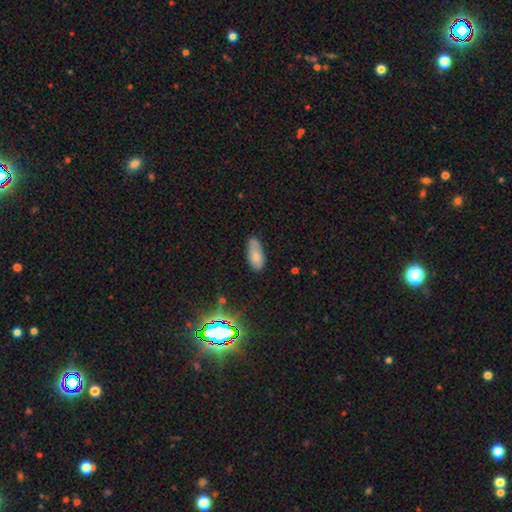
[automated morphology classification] smooth-or-featured: smooth: 79% | featured or disk: 11% | star or artifact: 9%
  how-rounded: in between: 85% | cigar-shaped: 13% | round: 2%
  merging: none: 70% | minor disturbance: 23% | major disturbance: 5% | merger: 2%